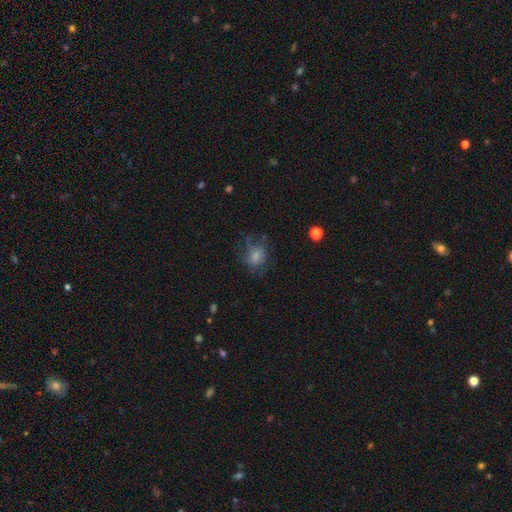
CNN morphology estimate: Q: Smooth or featured?
A: smooth (60%); runner-up: featured or disk (29%)
Q: How rounded?
A: in between (56%); runner-up: round (42%)
Q: Merging?
A: none (45%); runner-up: major disturbance (28%)